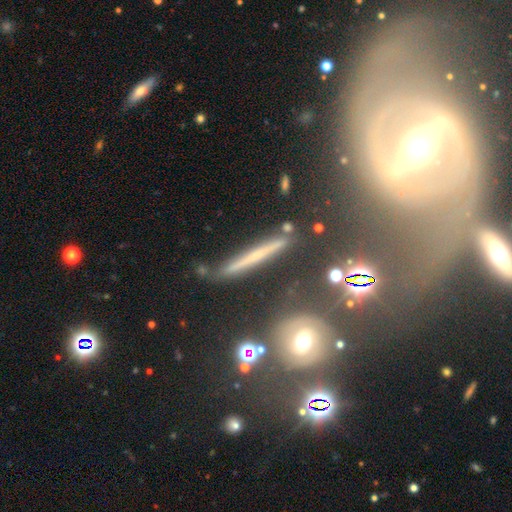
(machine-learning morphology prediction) This is marginally a smooth galaxy (43%, tied with featured or disk). Merging: clearly none (82%).